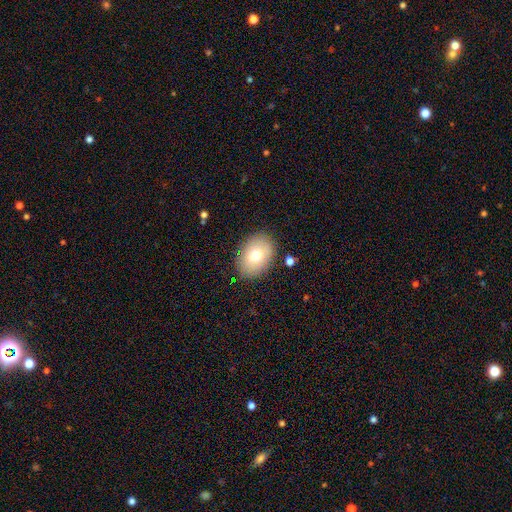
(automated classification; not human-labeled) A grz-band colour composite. It shows a smooth galaxy with no disk features (74%) that is in between round and cigar-shaped (79%). Merging: none (85%).